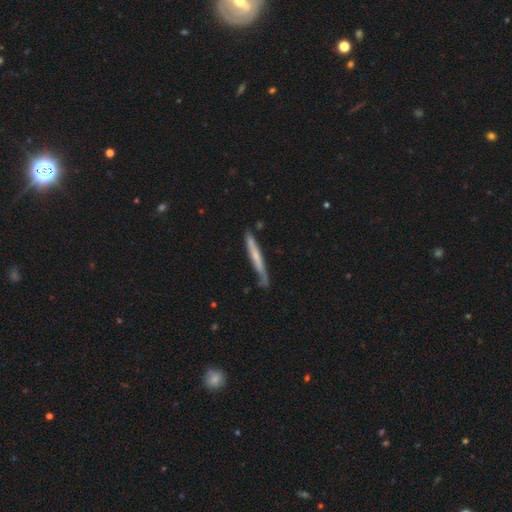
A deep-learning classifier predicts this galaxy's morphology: A featured or disk galaxy (49%). Merging: none (67%).